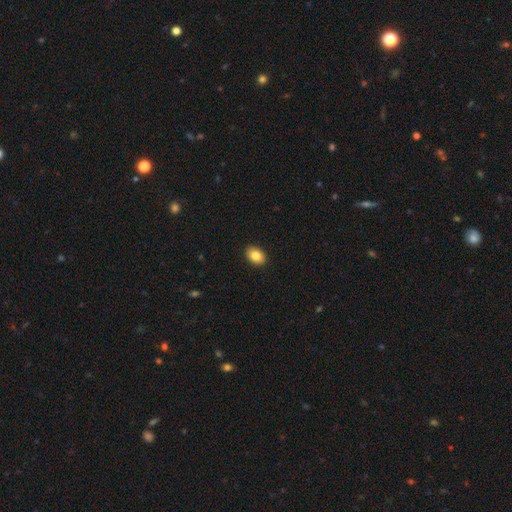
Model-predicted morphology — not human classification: Q: Smooth or featured?
A: smooth (84%); runner-up: star or artifact (8%)
Q: How rounded?
A: in between (77%); runner-up: round (22%)
Q: Merging?
A: none (91%); runner-up: minor disturbance (6%)